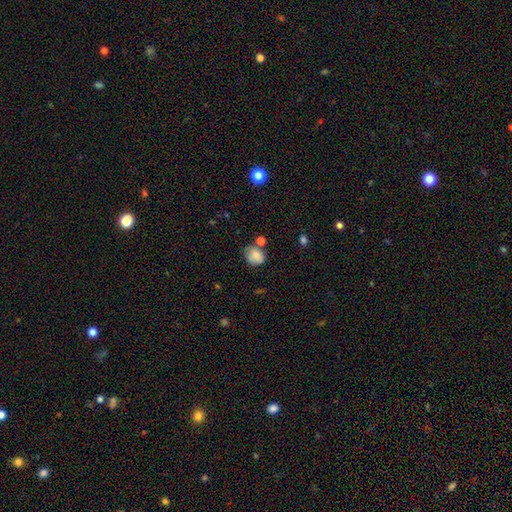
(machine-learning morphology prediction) Smooth or featured? Predicted: smooth (p=0.82). How rounded? Predicted: round (p=0.61). Merging? Predicted: none (p=0.55).